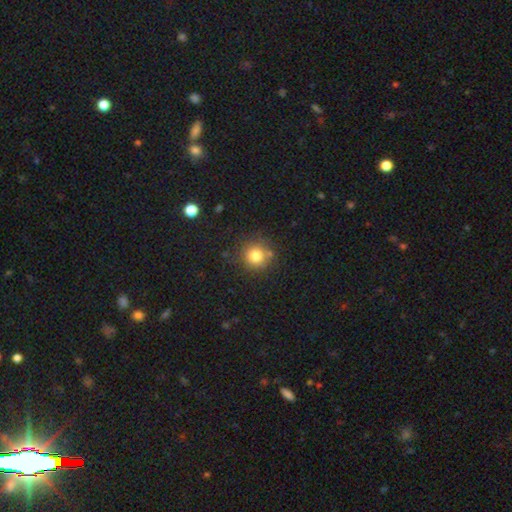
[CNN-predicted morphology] A smooth galaxy with no disk features (80%) that is round (92%). Merging: none (80%).